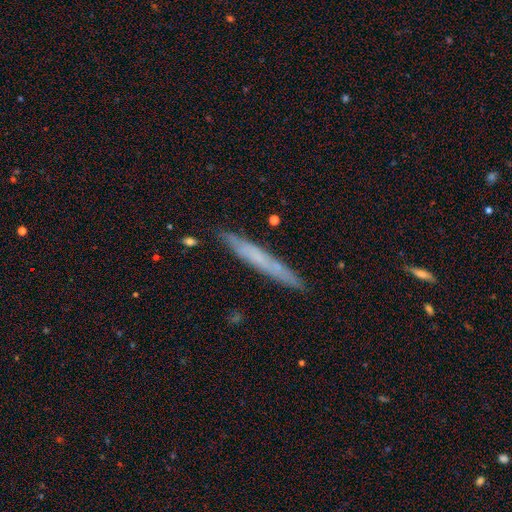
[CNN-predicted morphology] A smooth galaxy with no disk features (48%). Merging: none (85%).